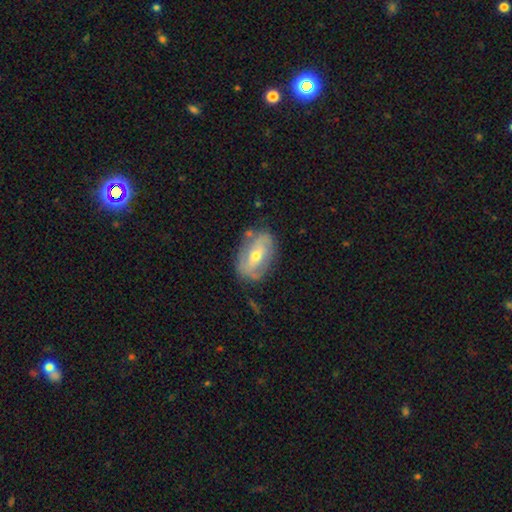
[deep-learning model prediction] smooth-or-featured: featured or disk: 68% | smooth: 25% | star or artifact: 6%
  disk-edge-on: no: 92% | yes: 8%
    bar: no: 36% | weak: 35% | strong: 29%
    has-spiral-arms: yes: 64% | no: 36%
    bulge-size: moderate: 53% | small: 43% | large: 2% | none: 1% | dominant: 1%
  merging: none: 70% | minor disturbance: 21% | major disturbance: 7% | merger: 3%